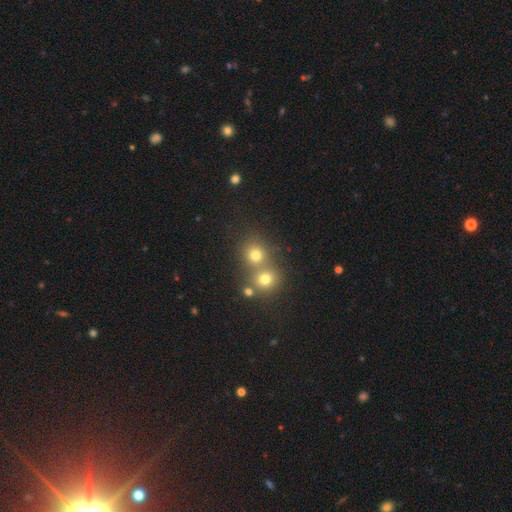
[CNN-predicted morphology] smooth 71%, star or artifact 19%, featured or disk 10%. Down the decision tree: how rounded — round (84%); merging — none (50%).